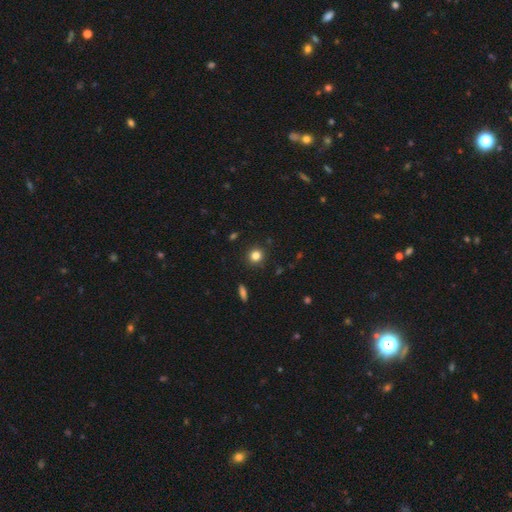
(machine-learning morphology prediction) Smooth or featured?
  - smooth: 82% *
  - star or artifact: 13%
  - featured or disk: 5%
How rounded?
  - round: 89% *
  - in between: 10%
  - cigar-shaped: 1%
Merging?
  - none: 90% *
  - minor disturbance: 7%
  - major disturbance: 2%
  - merger: 1%